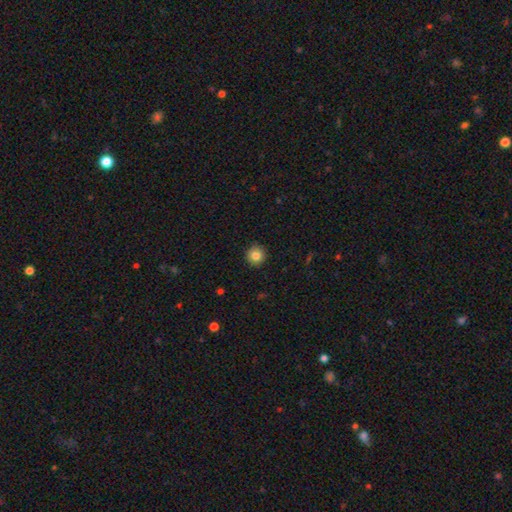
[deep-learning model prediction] This is clearly a smooth galaxy (83%). How rounded: clearly round (93%). Merging: clearly none (91%).